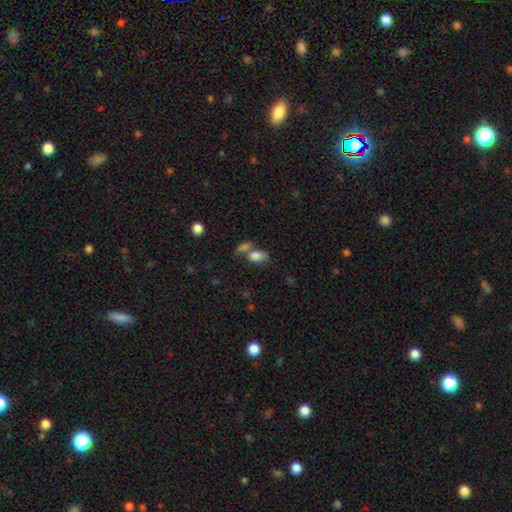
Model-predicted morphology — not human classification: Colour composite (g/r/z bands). It shows a smooth galaxy with no disk features (81%) that is in between round and cigar-shaped (85%). Merging: merger (47%).